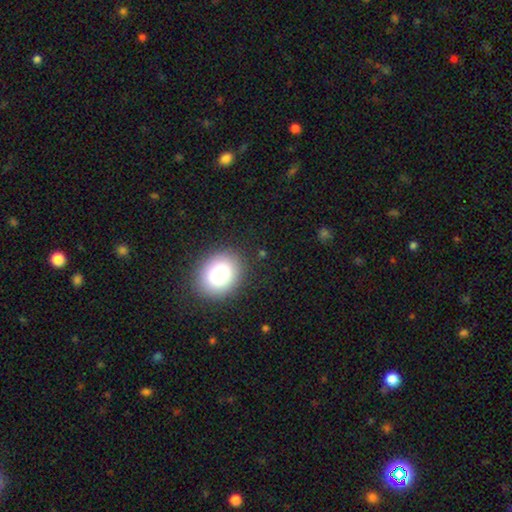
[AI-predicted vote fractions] This is clearly a smooth galaxy (83%). How rounded: possibly round (52%). Merging: clearly none (90%).